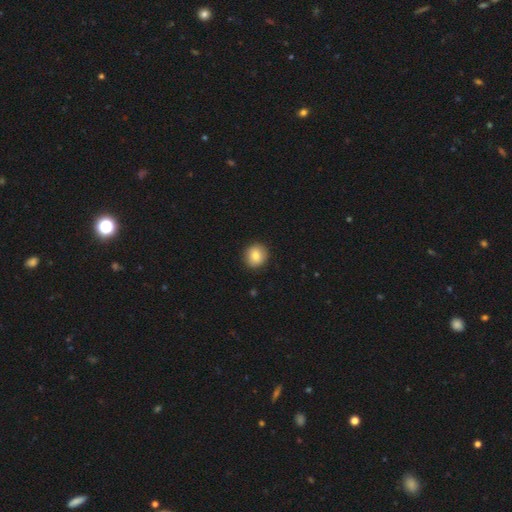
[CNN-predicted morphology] A smooth galaxy with no disk features (83%) that is round (85%). Merging: none (90%).